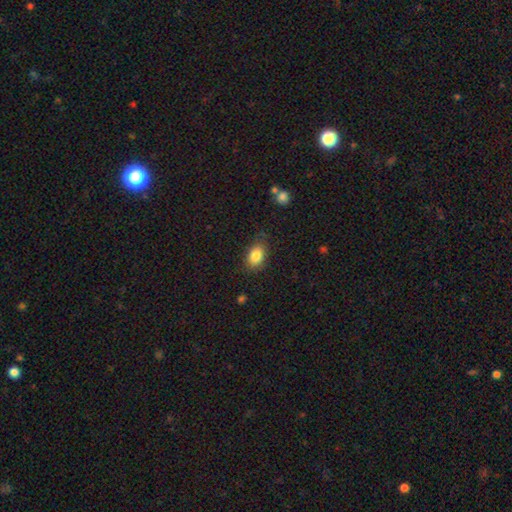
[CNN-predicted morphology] Smooth or featured? smooth (85%)
How rounded? in between (81%)
Merging? none (77%)